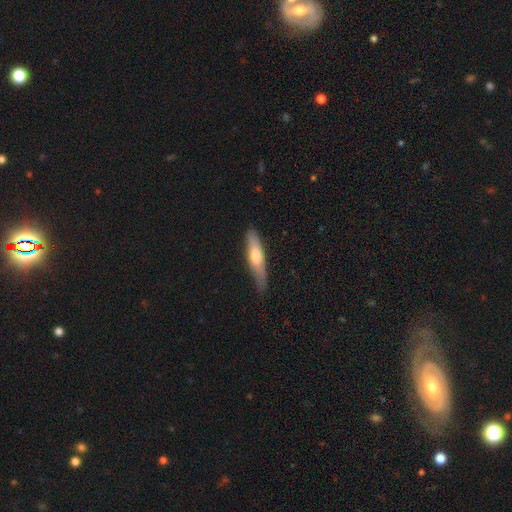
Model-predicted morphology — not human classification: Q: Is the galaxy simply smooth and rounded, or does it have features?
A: smooth — 58%.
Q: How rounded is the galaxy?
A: cigar-shaped — 77%.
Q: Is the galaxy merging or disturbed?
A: none — 71%.